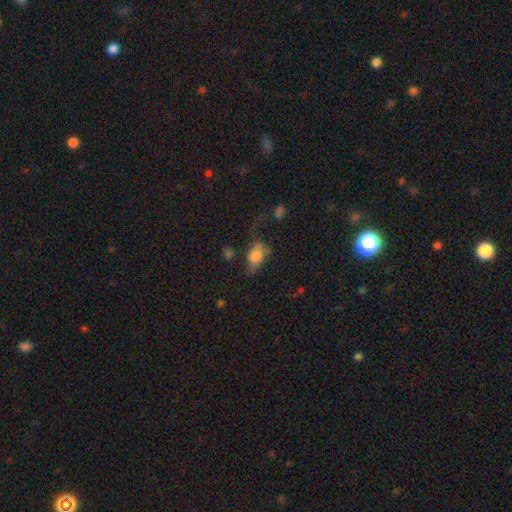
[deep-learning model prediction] The model was most divided on "merging": major disturbance: 35%, none: 31%, minor disturbance: 28%, merger: 6%. More confident: how rounded — in between (80%); smooth or featured — smooth (67%).